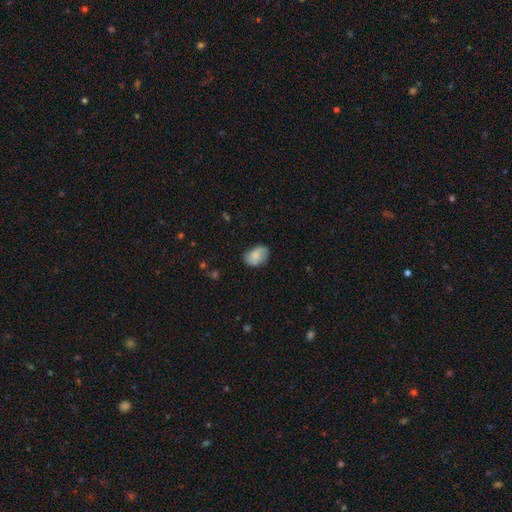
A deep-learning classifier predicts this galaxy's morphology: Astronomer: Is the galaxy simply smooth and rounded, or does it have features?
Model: smooth — 79%.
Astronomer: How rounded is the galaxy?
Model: in between — 83%.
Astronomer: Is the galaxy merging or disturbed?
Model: none — 70%.